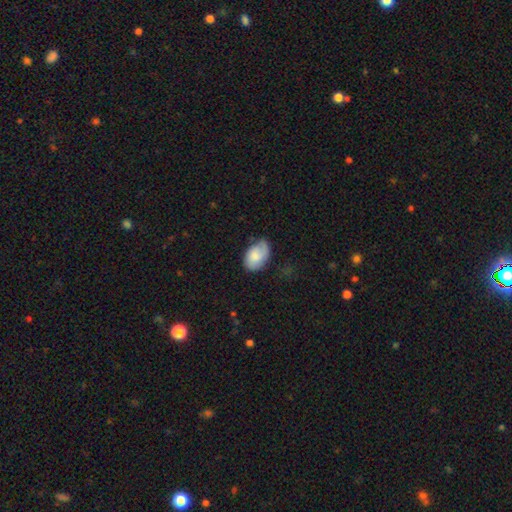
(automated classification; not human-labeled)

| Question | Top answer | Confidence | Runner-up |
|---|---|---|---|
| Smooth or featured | smooth | 73% | featured or disk (20%) |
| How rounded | in between | 90% | round (9%) |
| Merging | none | 56% | minor disturbance (33%) |